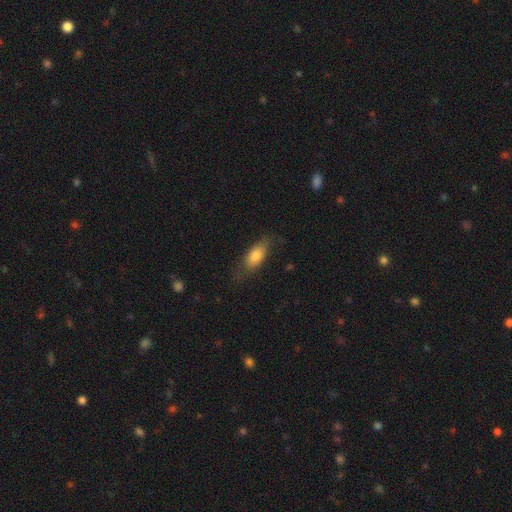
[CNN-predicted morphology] Smooth or featured?
  - smooth: 77% *
  - featured or disk: 16%
  - star or artifact: 7%
How rounded?
  - in between: 80% *
  - cigar-shaped: 17%
  - round: 4%
Merging?
  - none: 68% *
  - minor disturbance: 22%
  - major disturbance: 8%
  - merger: 1%